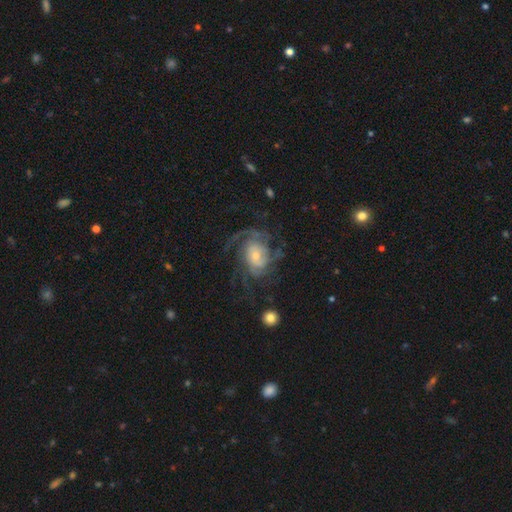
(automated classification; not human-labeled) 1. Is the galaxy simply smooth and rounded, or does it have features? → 85% featured or disk, 9% smooth, 6% star or artifact.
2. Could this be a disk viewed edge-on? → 98% no, 2% yes.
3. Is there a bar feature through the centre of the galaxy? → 67% no, 27% weak, 6% strong.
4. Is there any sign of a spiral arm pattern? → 95% yes, 5% no.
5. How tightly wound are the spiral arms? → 41% medium (tied), 41% tight (tied), 18% loose.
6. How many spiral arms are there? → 25% can't tell, 24% 3, 19% 4, 15% 2, 9% more than 4, 8% 1.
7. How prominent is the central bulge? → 49% small, 38% moderate, 9% large, 3% none, 2% dominant.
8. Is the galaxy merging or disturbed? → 59% none, 23% major disturbance, 16% minor disturbance, 2% merger.